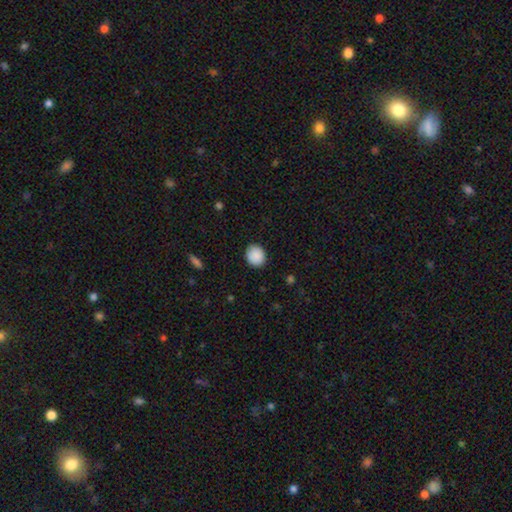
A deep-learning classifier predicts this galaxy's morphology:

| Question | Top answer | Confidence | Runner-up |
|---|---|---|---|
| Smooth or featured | smooth | 90% | star or artifact (8%) |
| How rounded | round | 80% | in between (19%) |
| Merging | none | 90% | minor disturbance (7%) |